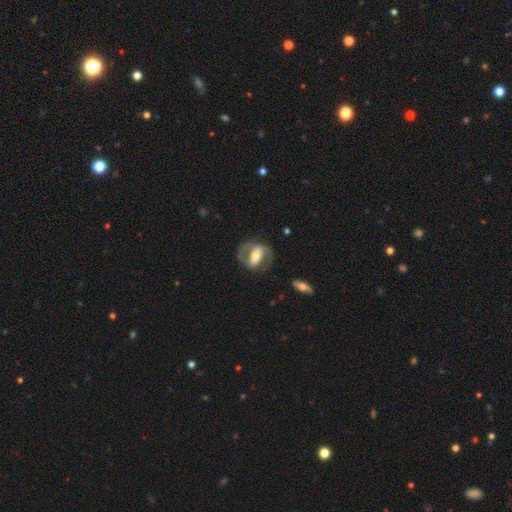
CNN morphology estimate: A featured or disk galaxy (71%) with a strong bar (53%), spiral arms (71%) and a moderate central bulge (59%). Merging: none (71%).